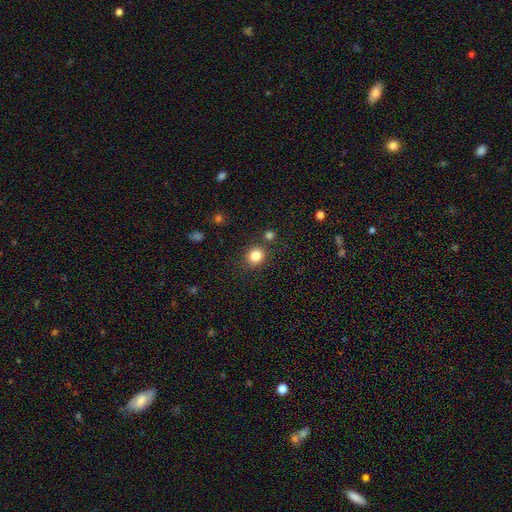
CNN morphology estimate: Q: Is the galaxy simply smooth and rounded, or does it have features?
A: smooth — 84%.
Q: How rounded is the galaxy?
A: round — 79%.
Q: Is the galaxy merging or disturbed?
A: none — 82%.